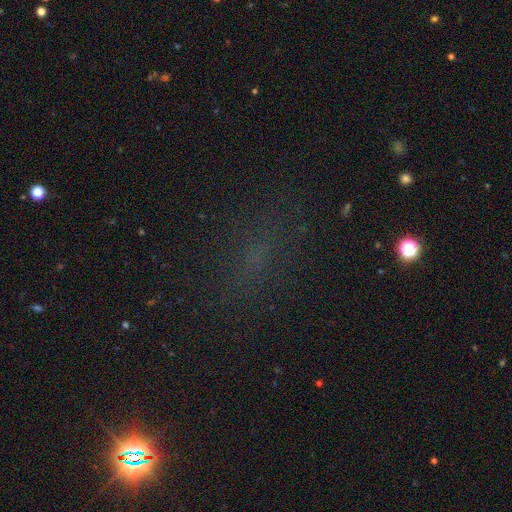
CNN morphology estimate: This is marginally a star or artifact rather than a galaxy (43%).